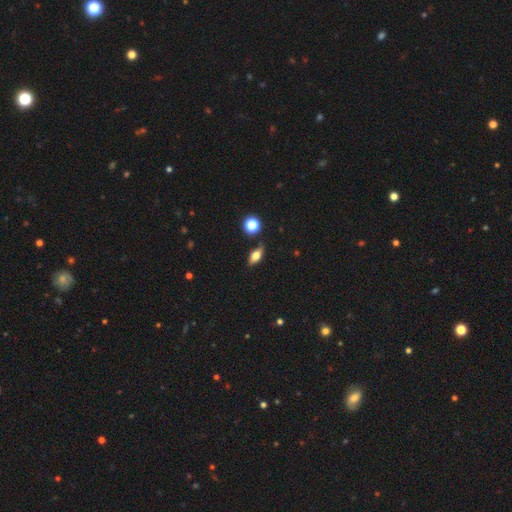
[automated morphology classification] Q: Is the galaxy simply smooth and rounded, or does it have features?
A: smooth — 60%.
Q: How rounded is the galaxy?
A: in between — 74%.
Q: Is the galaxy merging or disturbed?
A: none — 82%.